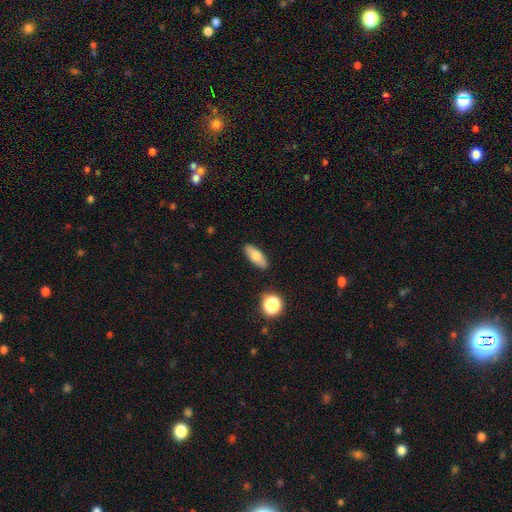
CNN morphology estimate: Q: Smooth or featured?
A: smooth (72%); runner-up: featured or disk (20%)
Q: How rounded?
A: in between (69%); runner-up: cigar-shaped (27%)
Q: Merging?
A: none (87%); runner-up: minor disturbance (9%)